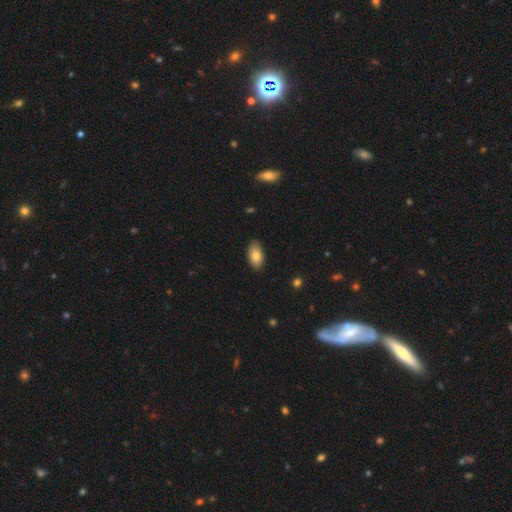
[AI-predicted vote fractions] Morphology: type=smooth (82%); roundness=in between (94%); merging=none (86%).